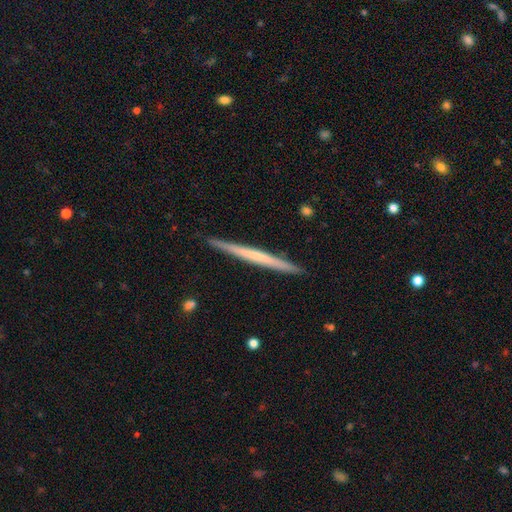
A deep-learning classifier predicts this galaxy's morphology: Smooth or featured? Predicted: featured or disk (p=0.57). Edge-on disk? Predicted: yes (p=0.98). Edge-on bulge? Predicted: none (p=0.79). Merging? Predicted: none (p=0.92).